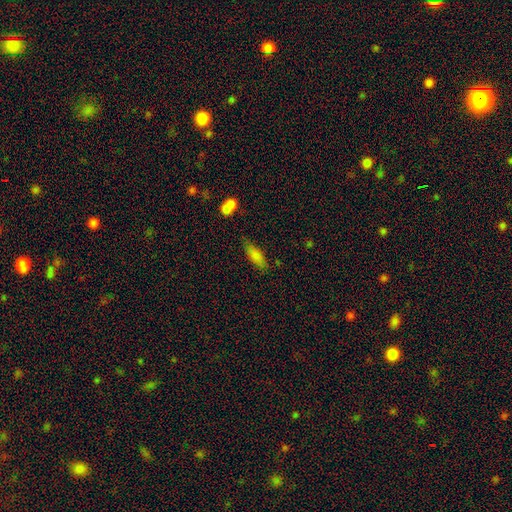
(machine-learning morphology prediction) Smooth or featured? Predicted: smooth (p=0.79). How rounded? Predicted: in between (p=0.64). Merging? Predicted: none (p=0.70).